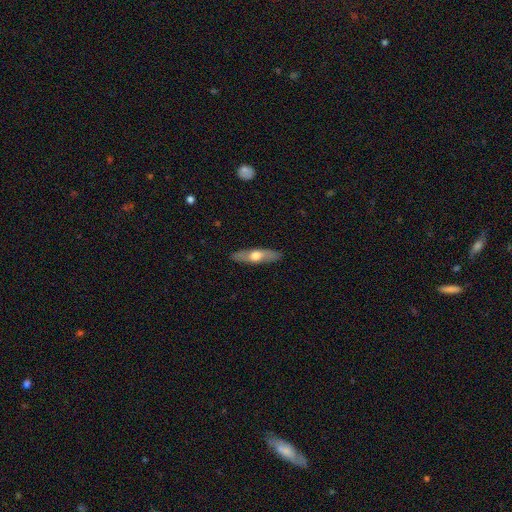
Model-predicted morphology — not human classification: Overall: smooth (48%; featured or disk 47%). Merging: none (87%).